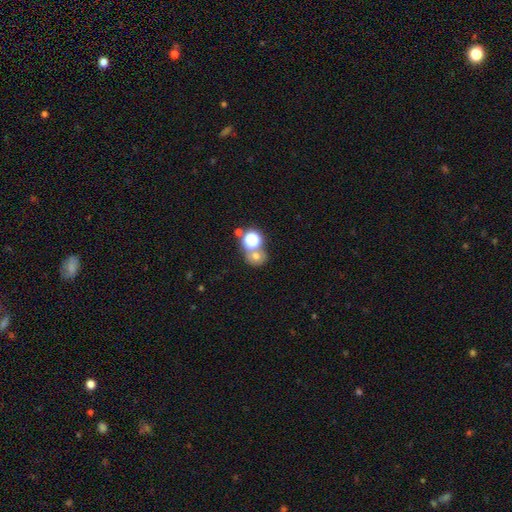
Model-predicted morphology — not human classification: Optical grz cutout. It shows a smooth galaxy with no disk features (62%) that is round (73%). Merging: none (46%).